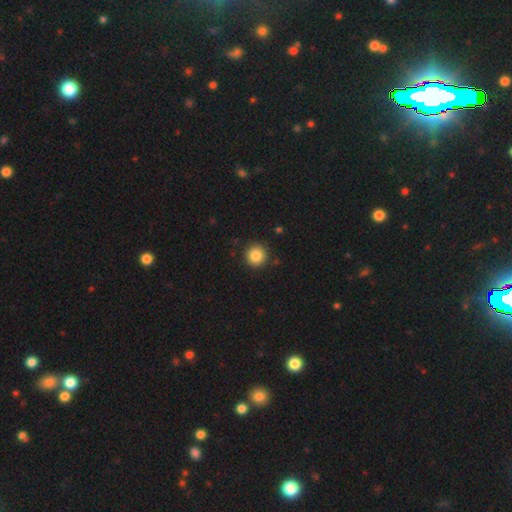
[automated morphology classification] Smooth or featured? smooth (86%)
How rounded? round (95%)
Merging? none (91%)